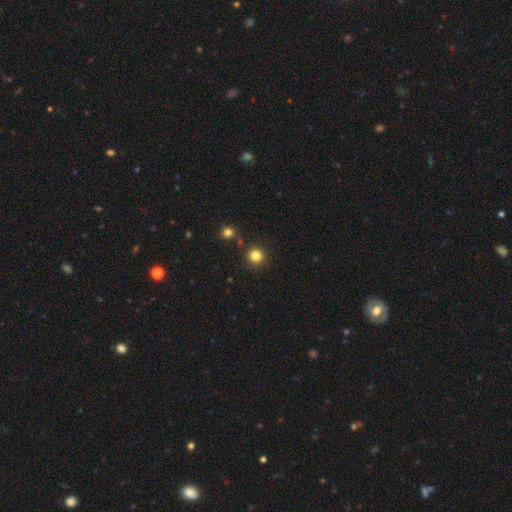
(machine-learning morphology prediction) This is clearly a smooth galaxy (82%). How rounded: clearly round (94%). Merging: clearly none (87%).